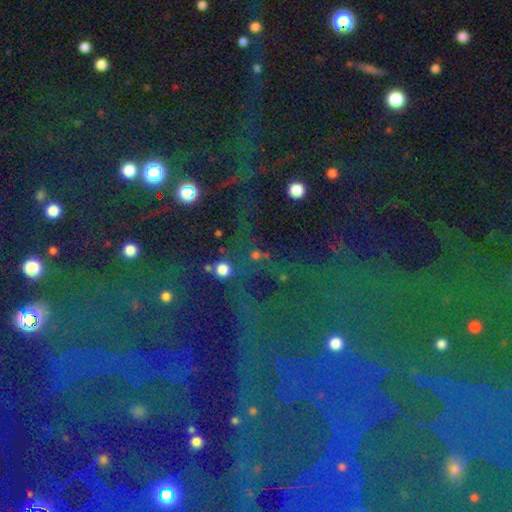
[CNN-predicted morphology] type=star or artifact (59%).